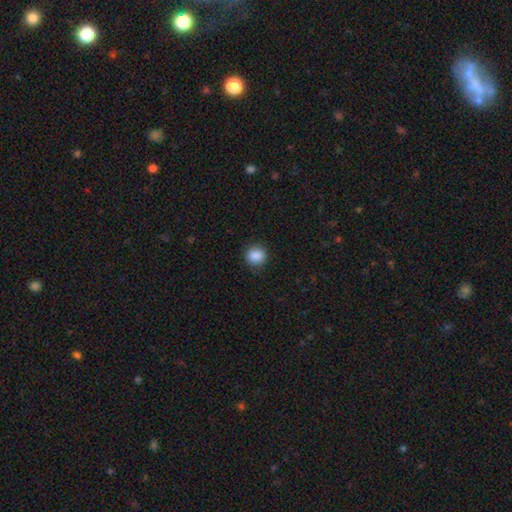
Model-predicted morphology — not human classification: A smooth galaxy with no disk features (88%) that is round (82%). Merging: none (85%).